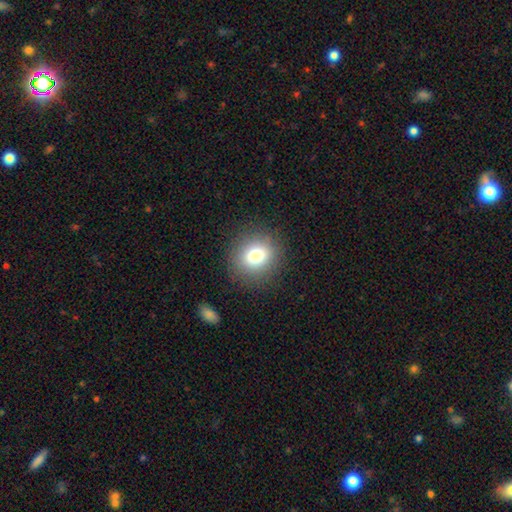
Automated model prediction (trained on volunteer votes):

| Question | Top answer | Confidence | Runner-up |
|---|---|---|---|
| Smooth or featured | smooth | 76% | star or artifact (13%) |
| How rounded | round | 83% | in between (16%) |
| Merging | none | 88% | minor disturbance (7%) |